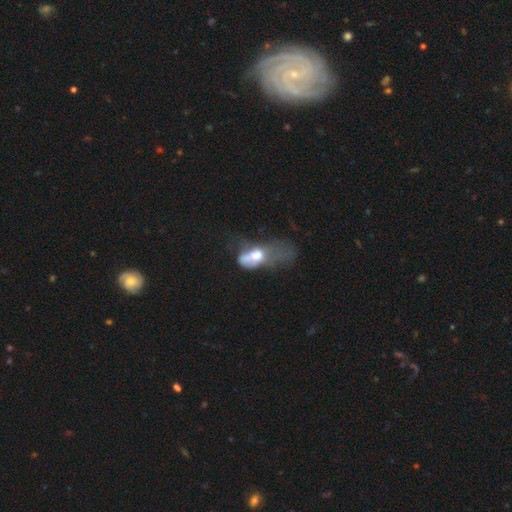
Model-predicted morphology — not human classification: This is possibly a smooth galaxy (49%). Merging: possibly major disturbance (56%).